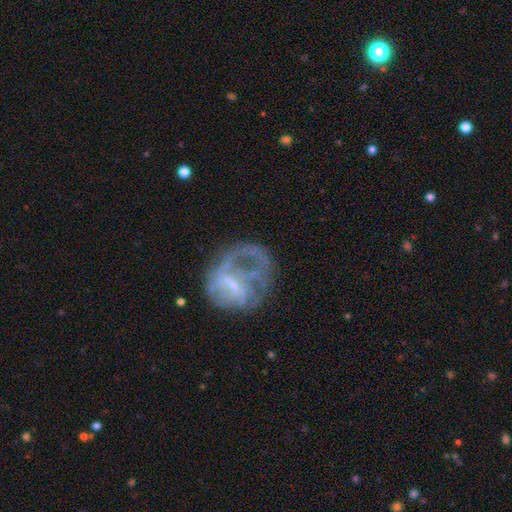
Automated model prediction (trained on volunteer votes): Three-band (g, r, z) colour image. It shows a featured or disk galaxy (62%) with no bar (45%), no spiral arms (52%) and no central bulge (42%). Merging: major disturbance (41%).